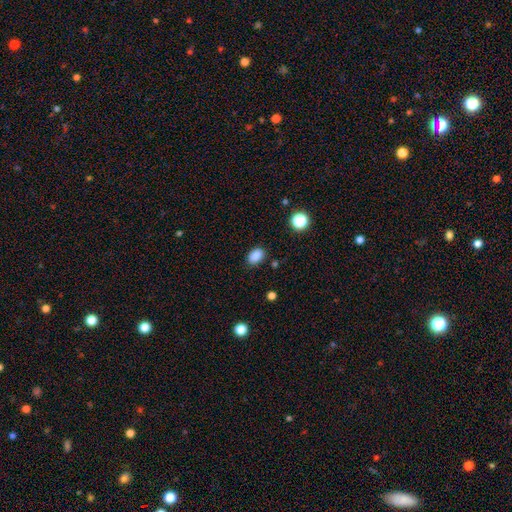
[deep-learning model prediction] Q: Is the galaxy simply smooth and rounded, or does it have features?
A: smooth — 87%.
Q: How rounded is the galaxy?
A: in between — 80%.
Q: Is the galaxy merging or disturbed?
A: none — 85%.